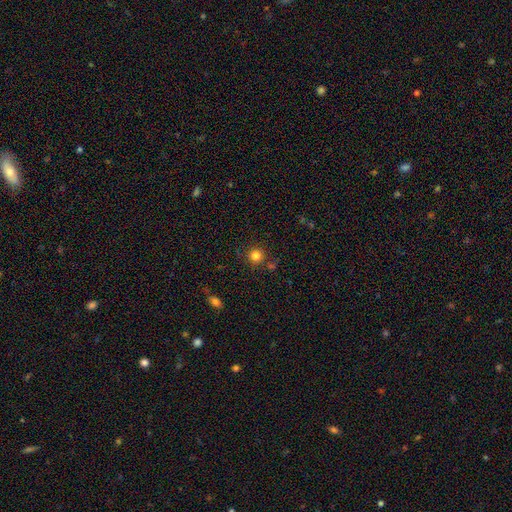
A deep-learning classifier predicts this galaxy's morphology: A smooth galaxy with no disk features (82%) that is round (94%).

Vote fractions:
- Smooth or featured? smooth: 82% / star or artifact: 13% / featured or disk: 5%
- How rounded? round: 94% / in between: 5% / cigar-shaped: 1%
- Merging? none: 83% / minor disturbance: 8% / merger: 6% / major disturbance: 3%